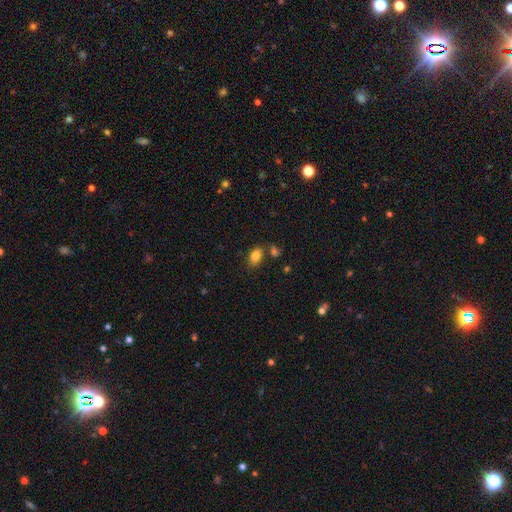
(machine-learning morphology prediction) type=smooth (84%); roundness=in between (87%); merging=none (73%).